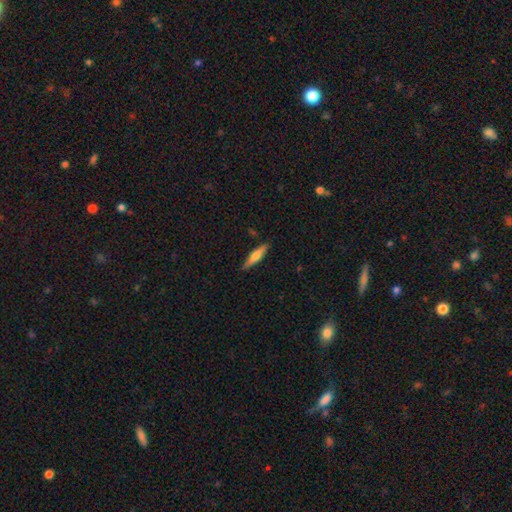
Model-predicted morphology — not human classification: smooth_or_featured: smooth (p=0.53) [alt: featured or disk p=0.41]
how_rounded: cigar-shaped (p=0.83) [alt: in between p=0.15]
merging: none (p=0.87) [alt: minor disturbance p=0.09]